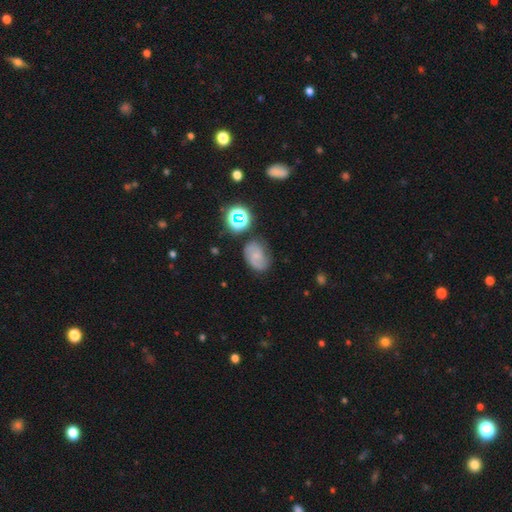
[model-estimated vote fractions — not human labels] smooth_or_featured: featured or disk (p=0.51) [alt: smooth p=0.34]
disk_edge_on: no (p=0.97) [alt: yes p=0.03]
merging: none (p=0.66) [alt: minor disturbance p=0.23]